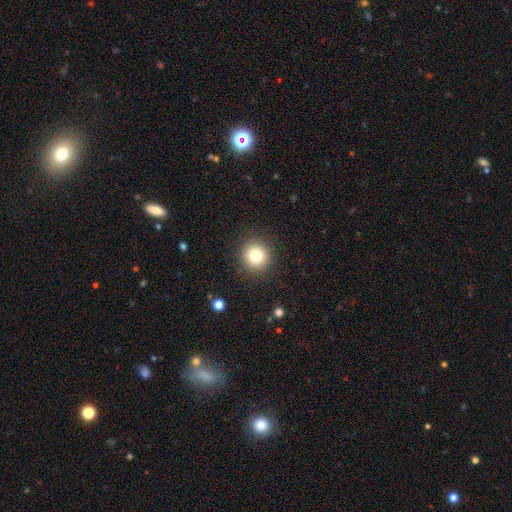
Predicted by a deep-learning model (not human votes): Smooth or featured?
  - smooth: 82% *
  - star or artifact: 11%
  - featured or disk: 7%
How rounded?
  - round: 94% *
  - in between: 5%
  - cigar-shaped: 1%
Merging?
  - none: 90% *
  - minor disturbance: 6%
  - major disturbance: 2%
  - merger: 1%